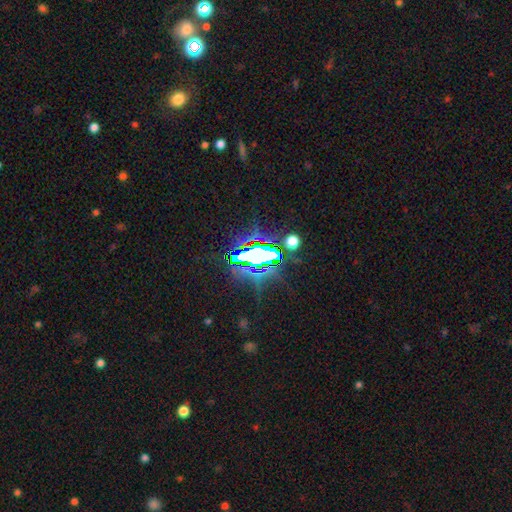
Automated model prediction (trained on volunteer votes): Smooth or featured? star or artifact (70%)